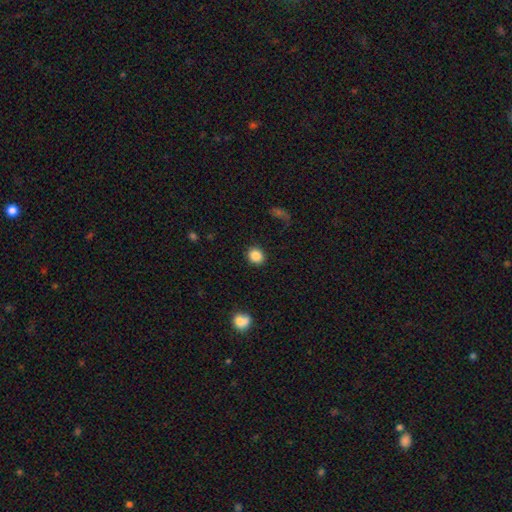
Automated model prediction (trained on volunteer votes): A smooth galaxy with no disk features (86%) that is round (75%). Merging: none (90%).